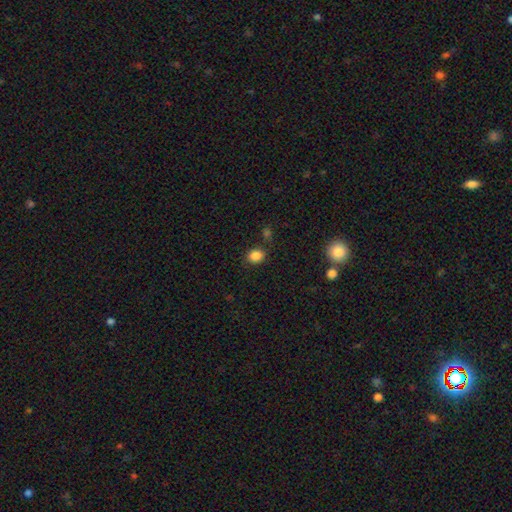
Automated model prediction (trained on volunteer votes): Smooth or featured? smooth (85%)
How rounded? round (56%)
Merging? none (79%)